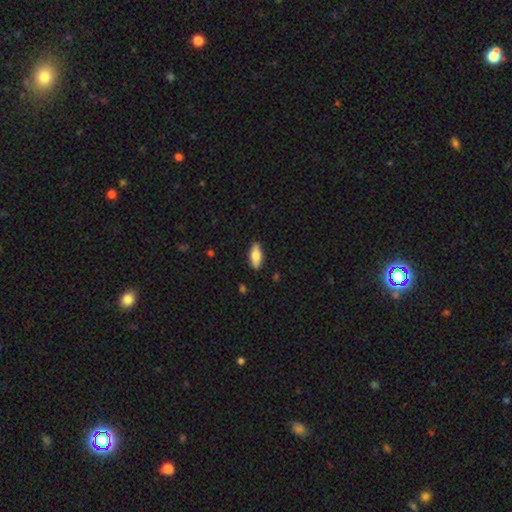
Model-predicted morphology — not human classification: smooth-or-featured: smooth: 78% | featured or disk: 16% | star or artifact: 6%
  how-rounded: in between: 75% | cigar-shaped: 22% | round: 2%
  merging: none: 87% | minor disturbance: 10% | major disturbance: 2% | merger: 1%